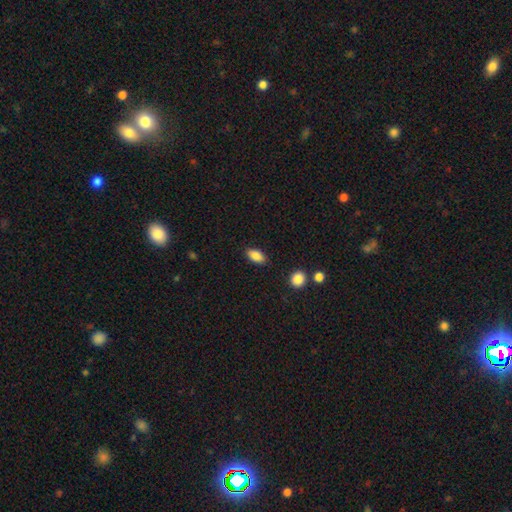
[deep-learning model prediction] Smooth or featured? Predicted: smooth (p=0.87). How rounded? Predicted: in between (p=0.90). Merging? Predicted: none (p=0.87).